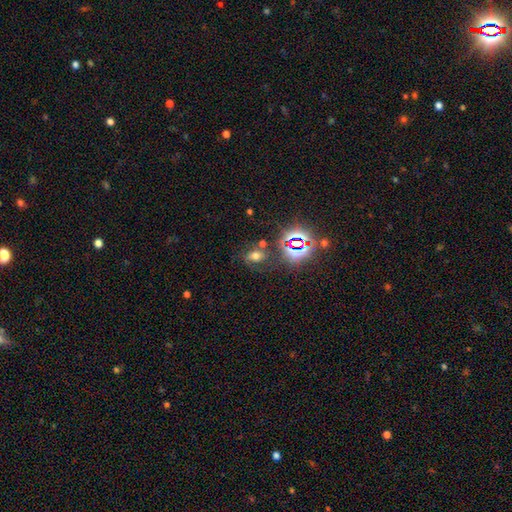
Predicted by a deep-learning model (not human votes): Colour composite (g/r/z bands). It shows a smooth galaxy with no disk features (42%). Merging: none (60%).